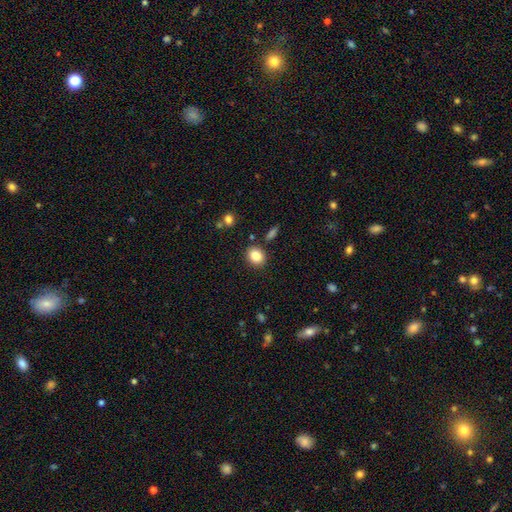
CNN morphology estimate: Smooth or featured? smooth (86%)
How rounded? round (58%)
Merging? none (85%)